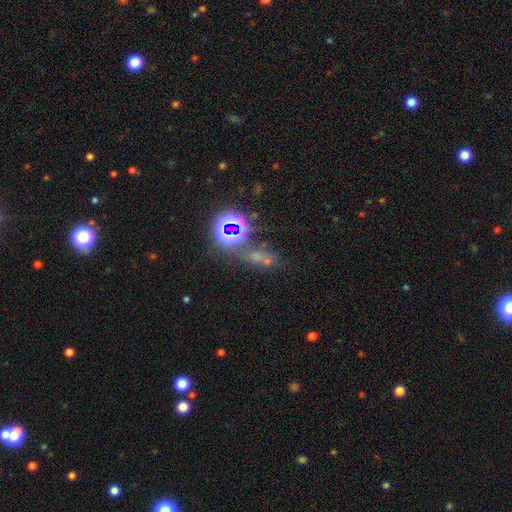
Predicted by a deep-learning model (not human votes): Smooth or featured? Predicted: star or artifact (p=0.45).